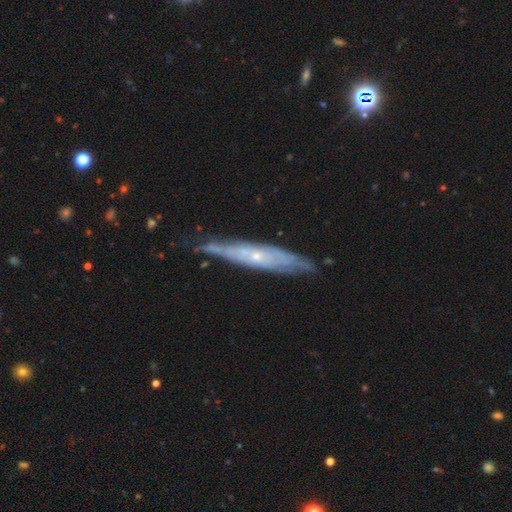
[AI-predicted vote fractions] Smooth or featured? Predicted: featured or disk (p=0.71). Edge-on disk? Predicted: yes (p=0.56). Merging? Predicted: none (p=0.68).